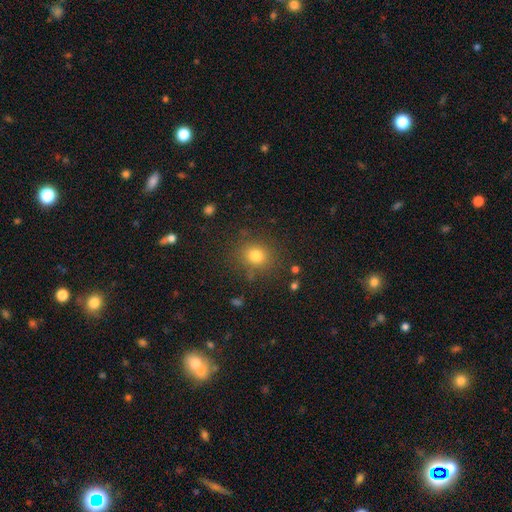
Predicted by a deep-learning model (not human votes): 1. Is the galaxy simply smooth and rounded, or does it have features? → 78% smooth, 15% star or artifact, 7% featured or disk.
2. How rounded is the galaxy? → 76% round, 23% in between, 1% cigar-shaped.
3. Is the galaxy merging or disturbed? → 84% none, 10% minor disturbance, 4% major disturbance, 2% merger.